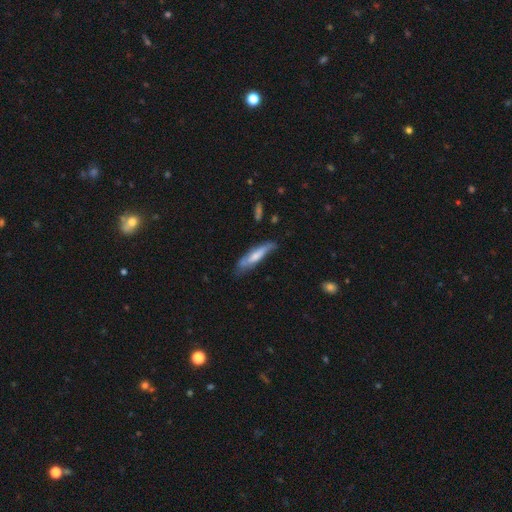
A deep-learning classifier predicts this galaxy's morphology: smooth-or-featured: smooth: 56% | featured or disk: 38% | star or artifact: 6%
  how-rounded: cigar-shaped: 78% | in between: 20% | round: 1%
  merging: none: 57% | minor disturbance: 31% | major disturbance: 9% | merger: 3%